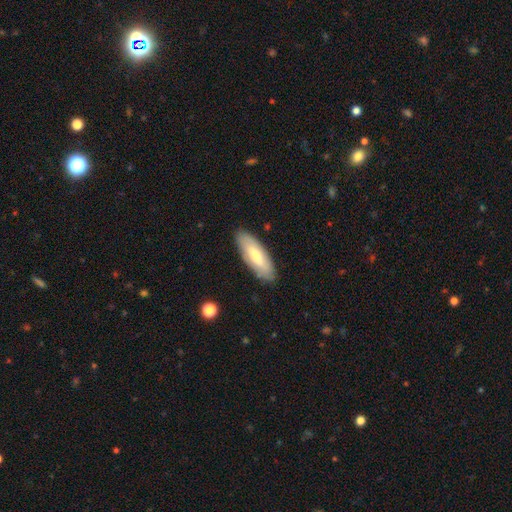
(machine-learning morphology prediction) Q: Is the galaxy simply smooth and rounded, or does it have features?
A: smooth — 64%.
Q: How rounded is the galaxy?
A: in between — 67%.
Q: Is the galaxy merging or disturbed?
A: none — 86%.